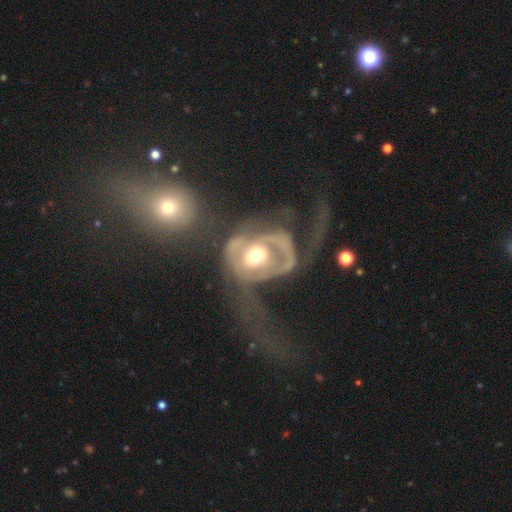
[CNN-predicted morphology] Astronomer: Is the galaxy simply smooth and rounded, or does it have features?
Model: featured or disk — 77%.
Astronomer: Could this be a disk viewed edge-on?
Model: no — 97%.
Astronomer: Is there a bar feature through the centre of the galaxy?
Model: no — 64%.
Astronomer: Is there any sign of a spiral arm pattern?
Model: yes — 63%.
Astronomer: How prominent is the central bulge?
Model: moderate — 69%.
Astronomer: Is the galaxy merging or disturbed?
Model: major disturbance — 58%.